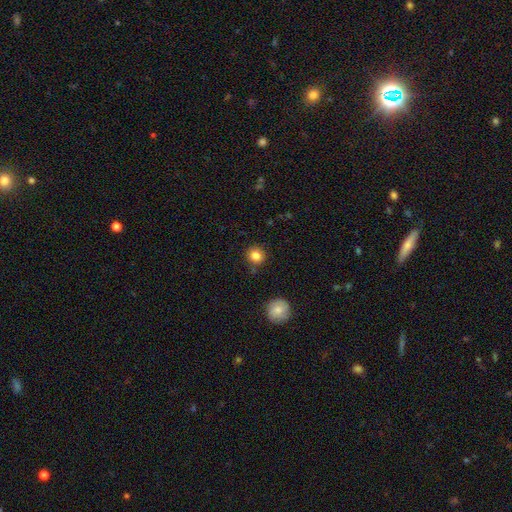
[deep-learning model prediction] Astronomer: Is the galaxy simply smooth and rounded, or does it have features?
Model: smooth — 84%.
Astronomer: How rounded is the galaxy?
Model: round — 90%.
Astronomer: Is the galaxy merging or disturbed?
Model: none — 86%.